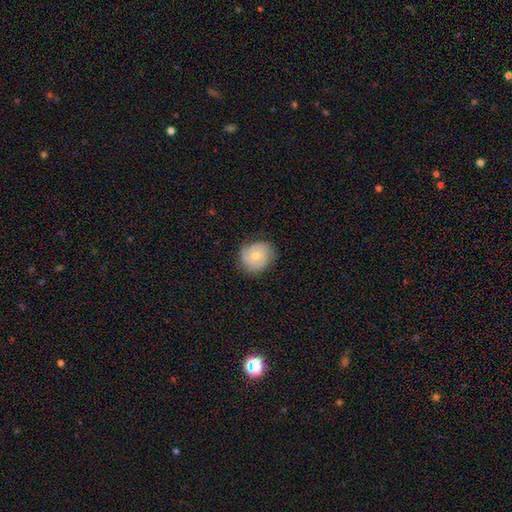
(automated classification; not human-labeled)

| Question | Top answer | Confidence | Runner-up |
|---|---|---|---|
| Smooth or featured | featured or disk | 48% | smooth (45%) |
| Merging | none | 73% | minor disturbance (21%) |